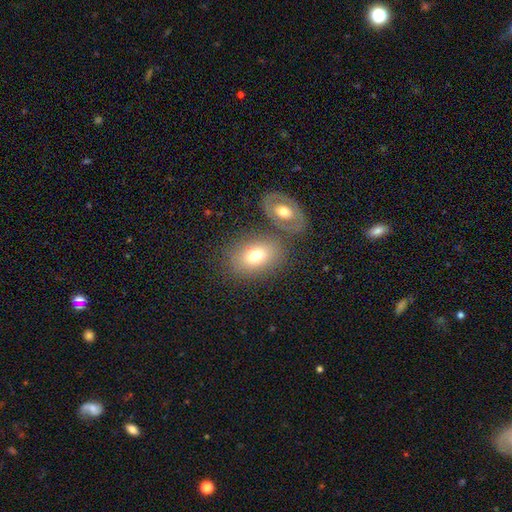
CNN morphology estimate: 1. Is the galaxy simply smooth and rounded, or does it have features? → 71% smooth, 20% featured or disk, 9% star or artifact.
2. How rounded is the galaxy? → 75% in between, 23% round, 1% cigar-shaped.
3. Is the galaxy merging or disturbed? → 66% none, 17% merger, 12% minor disturbance, 5% major disturbance.